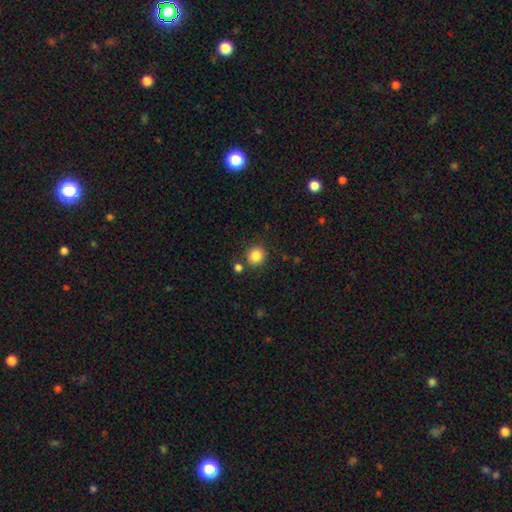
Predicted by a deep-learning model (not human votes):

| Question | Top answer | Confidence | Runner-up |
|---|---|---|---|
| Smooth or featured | smooth | 85% | star or artifact (10%) |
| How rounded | round | 86% | in between (13%) |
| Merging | none | 81% | minor disturbance (9%) |